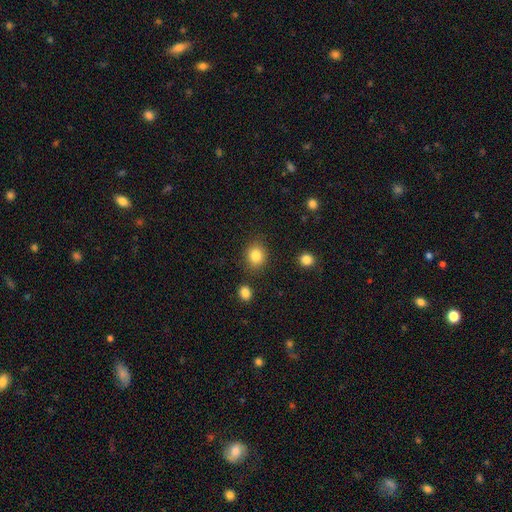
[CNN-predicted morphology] This is clearly a smooth galaxy (84%). How rounded: likely round (73%). Merging: clearly none (85%).